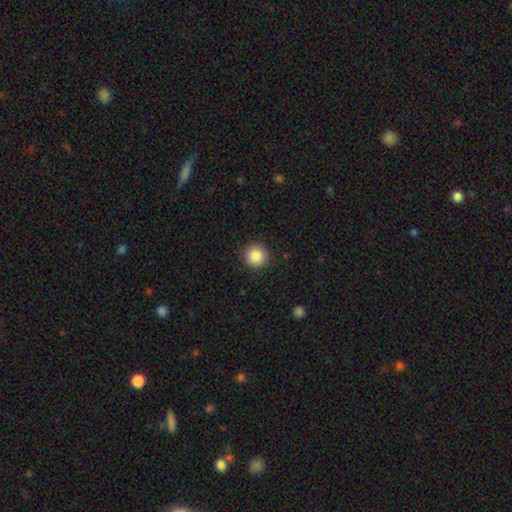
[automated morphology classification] Q: Smooth or featured?
A: smooth (86%); runner-up: star or artifact (9%)
Q: How rounded?
A: round (95%); runner-up: in between (4%)
Q: Merging?
A: none (92%); runner-up: minor disturbance (5%)